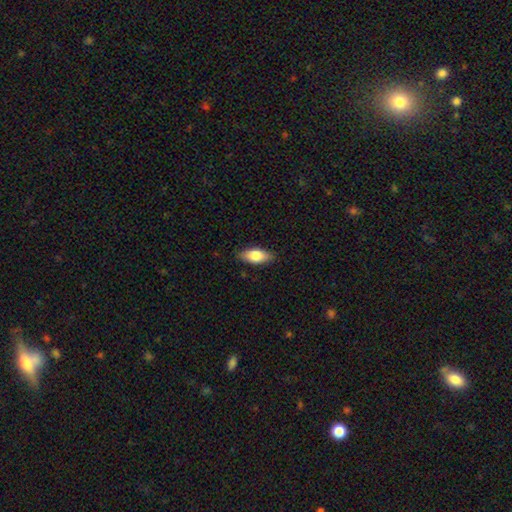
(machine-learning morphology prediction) smooth 81%, featured or disk 13%, star or artifact 6%. Down the decision tree: how rounded — in between (86%); merging — none (86%).